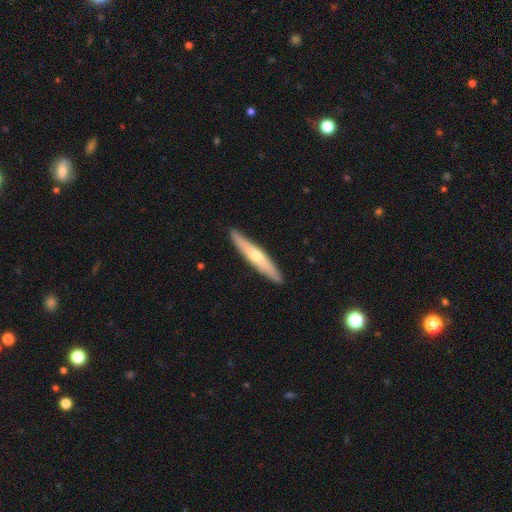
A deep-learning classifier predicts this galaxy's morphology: Smooth or featured? Predicted: featured or disk (p=0.50). Merging? Predicted: none (p=0.91).